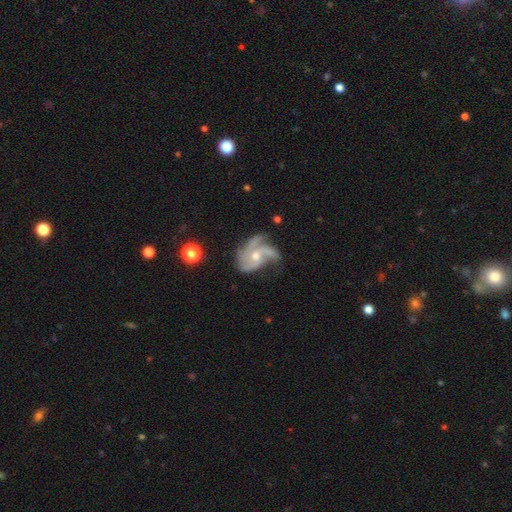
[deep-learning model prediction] A featured or disk galaxy (84%) with no bar (67%), 3 (55%) medium (47%) spiral arms (93%) and a moderate central bulge (55%).

Vote fractions:
- Smooth or featured? featured or disk: 84% / smooth: 9% / star or artifact: 7%
- Edge-on disk? no: 97% / yes: 3%
- Bar? no: 67% / weak: 26% / strong: 7%
- Spiral arms? yes: 93% / no: 7%
- Spiral winding? medium: 47% / loose: 30% / tight: 23%
- Spiral arm count? 3: 55% / 2: 17% / can't tell: 11% / 4: 8% / 1: 5% / more than 4: 4%
- Bulge size? moderate: 55% / small: 40% / none: 2% / large: 2% / dominant: 1%
- Merging? none: 42% / major disturbance: 27% / minor disturbance: 24% / merger: 8%